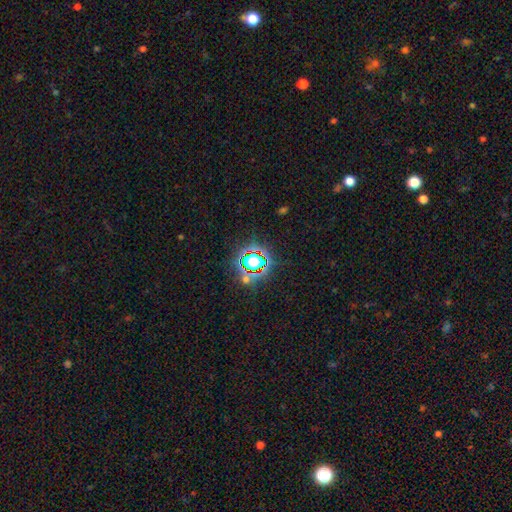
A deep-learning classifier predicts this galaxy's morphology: star or artifact 79%, smooth 13%, featured or disk 8%.